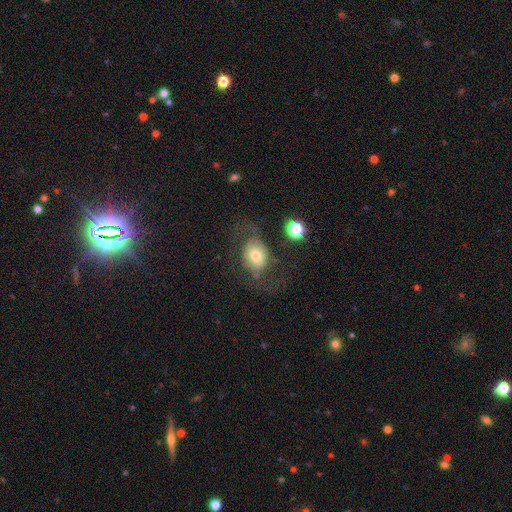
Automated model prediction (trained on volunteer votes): Smooth or featured: smooth — 53% (featured or disk — 37%)
How rounded: in between — 61% (round — 37%)
Merging: none — 48% (major disturbance — 28%)